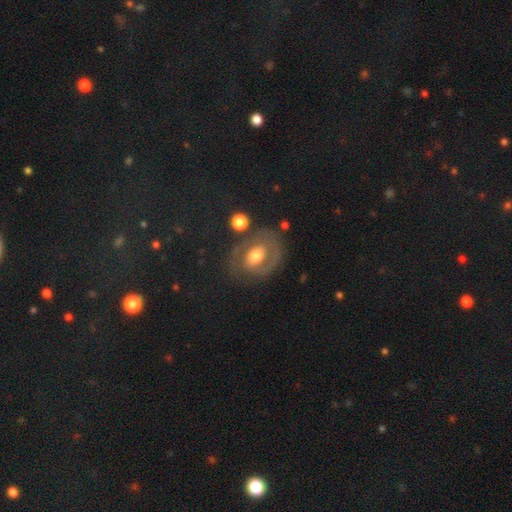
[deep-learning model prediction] Overall: featured or disk (66%; smooth 27%). Edge-on disk: no (96%). Bar: no (56%; weak 32%). Spiral arms: yes (62%; no 38%). Bulge size: moderate (68%). Merging: none (68%).